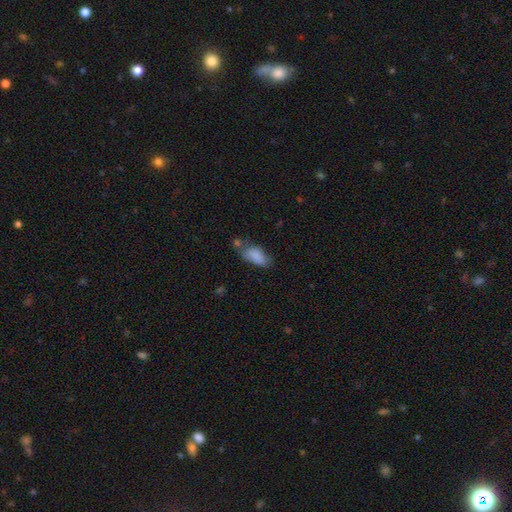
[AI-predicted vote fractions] Overall: smooth (83%). How rounded: in between (90%). Merging: none (43%; minor disturbance 28%).